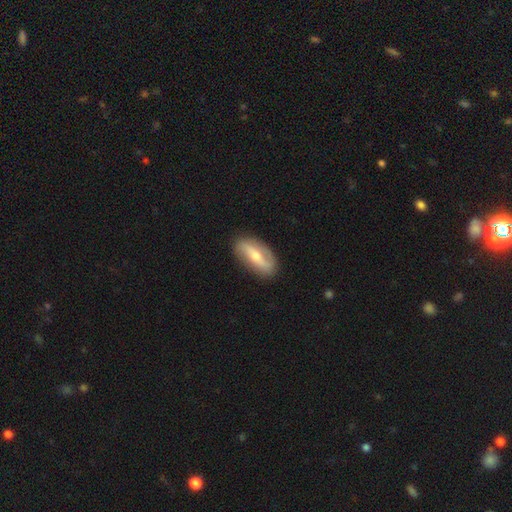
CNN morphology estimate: Q: Smooth or featured?
A: featured or disk (65%); runner-up: smooth (30%)
Q: Edge-on disk?
A: no (82%); runner-up: yes (18%)
Q: Bar?
A: strong (51%); runner-up: weak (27%)
Q: Spiral arms?
A: yes (72%); runner-up: no (28%)
Q: Bulge size?
A: moderate (52%); runner-up: small (41%)
Q: Merging?
A: none (84%); runner-up: minor disturbance (11%)